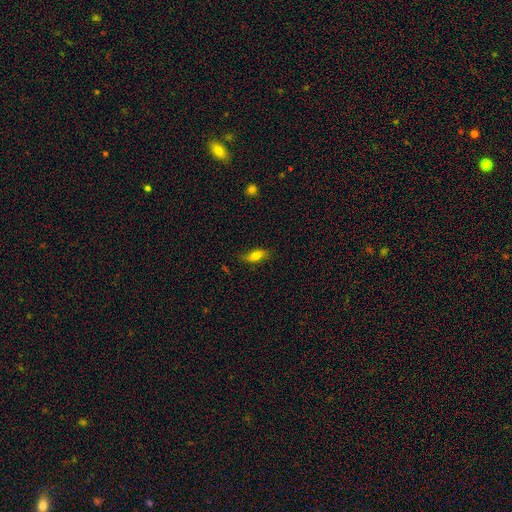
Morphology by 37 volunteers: smooth 73%, featured or disk 22%, star or artifact 5%. Down the decision tree: how rounded — in between (93%); merging — none (71%).